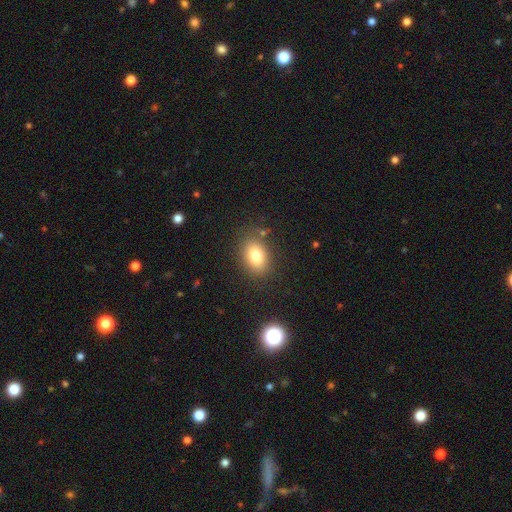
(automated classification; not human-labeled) Smooth or featured? Predicted: smooth (p=0.79). How rounded? Predicted: in between (p=0.79). Merging? Predicted: none (p=0.83).